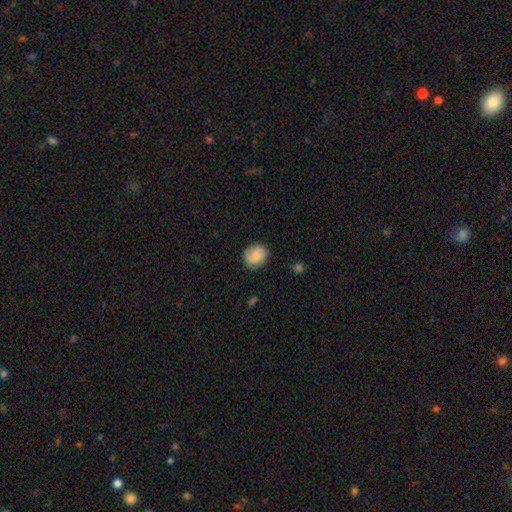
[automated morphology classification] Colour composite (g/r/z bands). It shows a smooth galaxy with no disk features (86%) that is round (56%). Merging: none (81%).